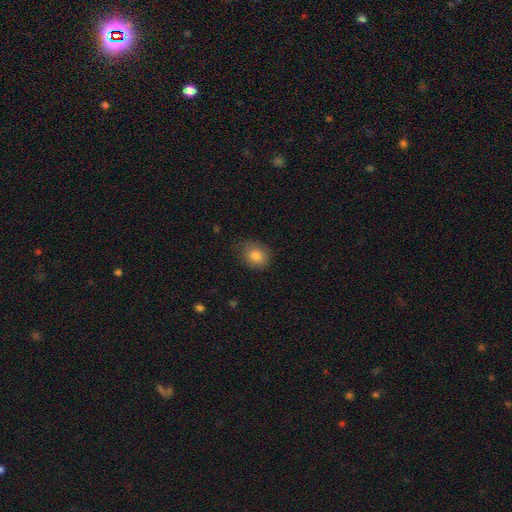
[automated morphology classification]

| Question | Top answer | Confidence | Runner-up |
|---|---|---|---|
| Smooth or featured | smooth | 84% | star or artifact (9%) |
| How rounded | round | 59% | in between (40%) |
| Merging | none | 72% | minor disturbance (22%) |